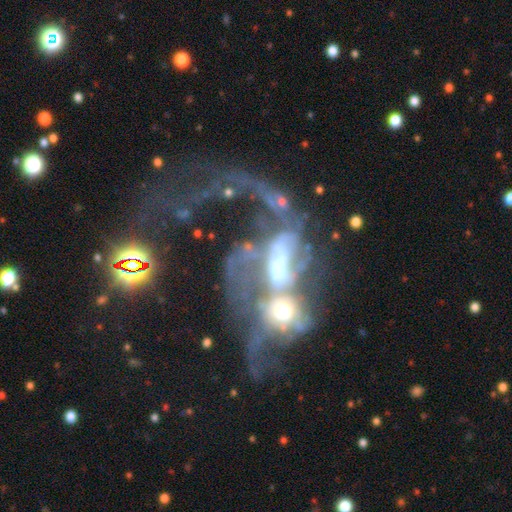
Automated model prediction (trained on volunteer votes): Smooth or featured?
  - featured or disk: 72% *
  - smooth: 15%
  - star or artifact: 13%
Edge-on disk?
  - no: 95% *
  - yes: 5%
Bar?
  - no: 52% *
  - weak: 30%
  - strong: 18%
Spiral arms?
  - yes: 65% *
  - no: 35%
Bulge size?
  - moderate: 50% *
  - small: 23%
  - large: 14%
  - none: 10%
  - dominant: 3%
Merging?
  - merger: 70% *
  - major disturbance: 20%
  - none: 6%
  - minor disturbance: 4%